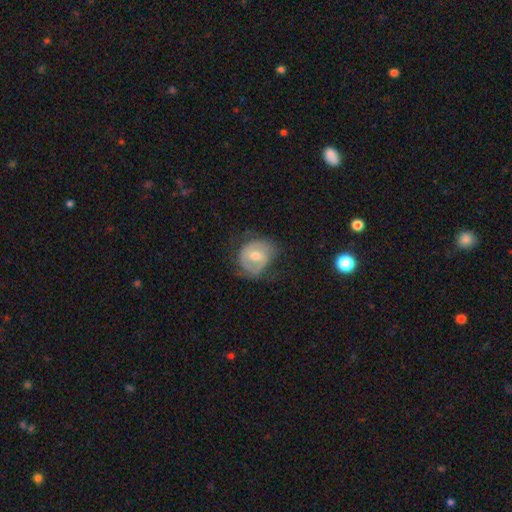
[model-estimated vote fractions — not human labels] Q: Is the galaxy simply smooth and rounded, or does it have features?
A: featured or disk — 50%.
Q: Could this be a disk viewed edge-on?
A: no — 96%.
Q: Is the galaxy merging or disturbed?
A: none — 56%.